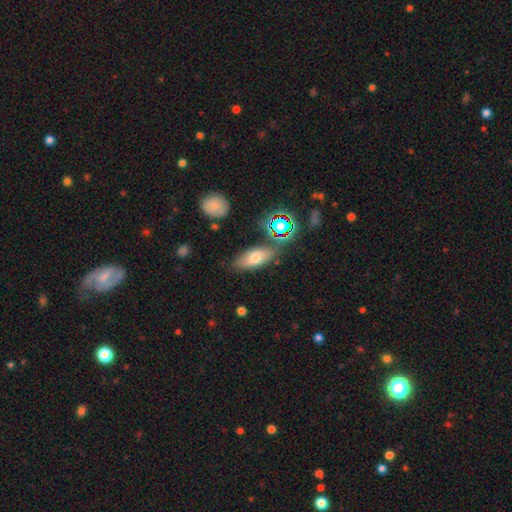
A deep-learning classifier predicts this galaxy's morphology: Smooth or featured: smooth — 42% (featured or disk — 30%)
Merging: none — 78% (minor disturbance — 12%)